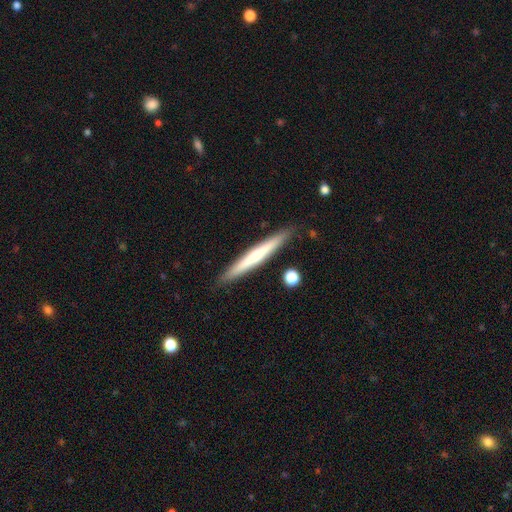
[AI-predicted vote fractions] The model was most divided on "smooth or featured": featured or disk: 51%, smooth: 44%, star or artifact: 5%. More confident: edge-on disk — yes (96%); merging — none (89%).